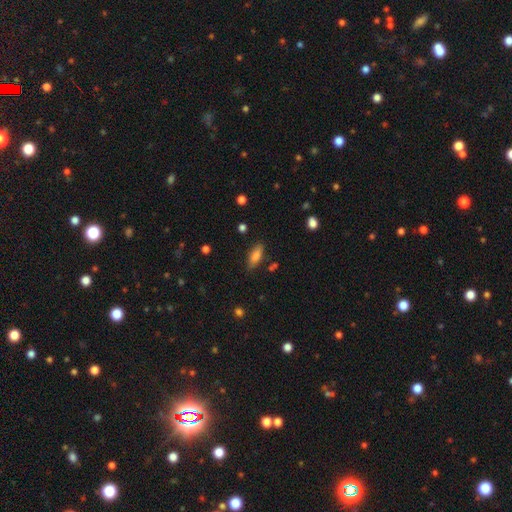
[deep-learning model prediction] Morphology: type=smooth (79%); roundness=in between (74%); merging=none (81%).